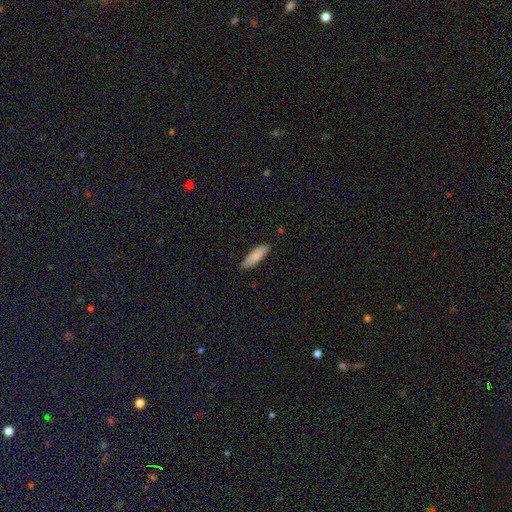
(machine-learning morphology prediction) smooth_or_featured: smooth (p=0.84) [alt: featured or disk p=0.10]
how_rounded: in between (p=0.55) [alt: cigar-shaped p=0.44]
merging: none (p=0.85) [alt: minor disturbance p=0.12]